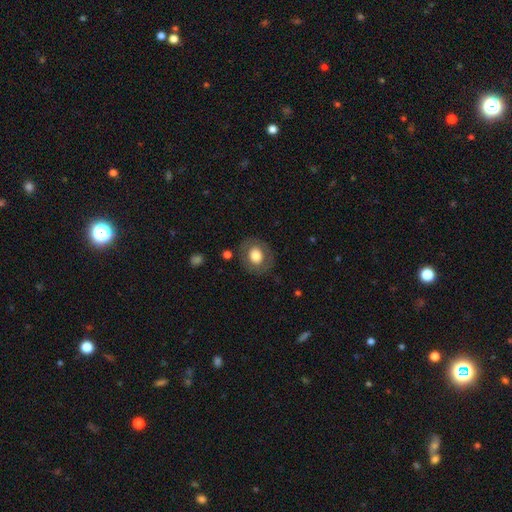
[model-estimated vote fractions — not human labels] Morphology: type=smooth (68%); roundness=round (64%); merging=none (81%).